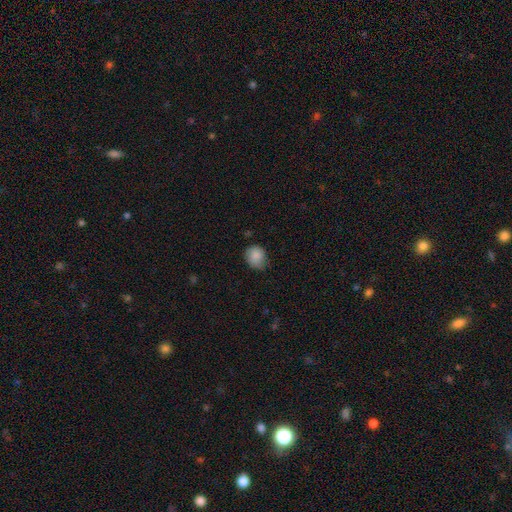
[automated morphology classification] This is clearly a smooth galaxy (87%). How rounded: likely round (71%). Merging: likely none (65%).